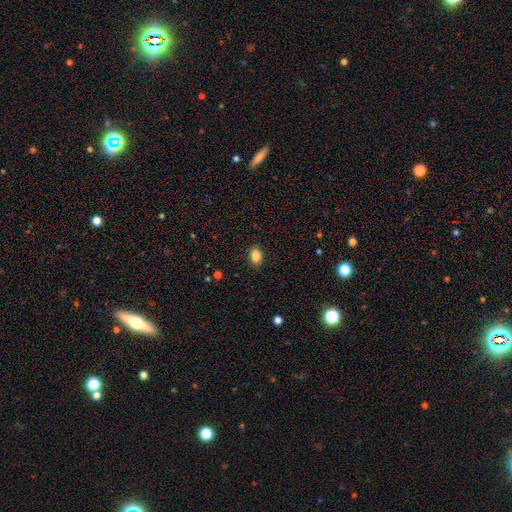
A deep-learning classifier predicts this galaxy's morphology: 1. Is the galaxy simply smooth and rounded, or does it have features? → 85% smooth, 10% star or artifact, 5% featured or disk.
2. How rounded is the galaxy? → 76% in between, 23% round, 1% cigar-shaped.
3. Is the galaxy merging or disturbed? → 88% none, 9% minor disturbance, 2% major disturbance, 1% merger.